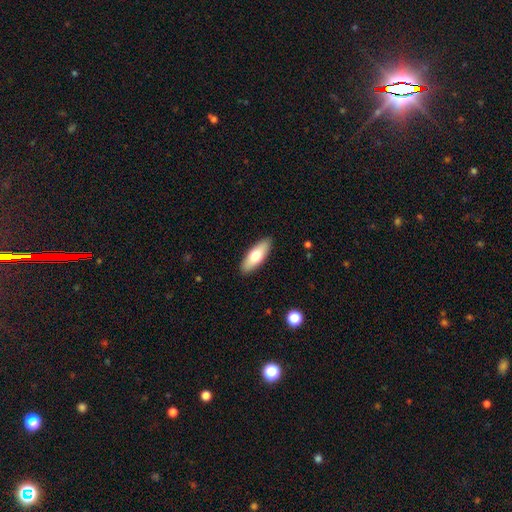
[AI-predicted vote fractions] A smooth galaxy with no disk features (69%) that is in between round and cigar-shaped (67%). Merging: none (90%).